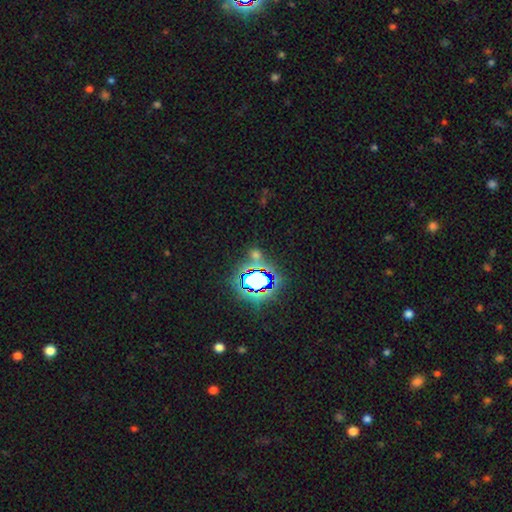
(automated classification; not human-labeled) The model was most divided on "smooth or featured": star or artifact: 59%, smooth: 31%, featured or disk: 10%.